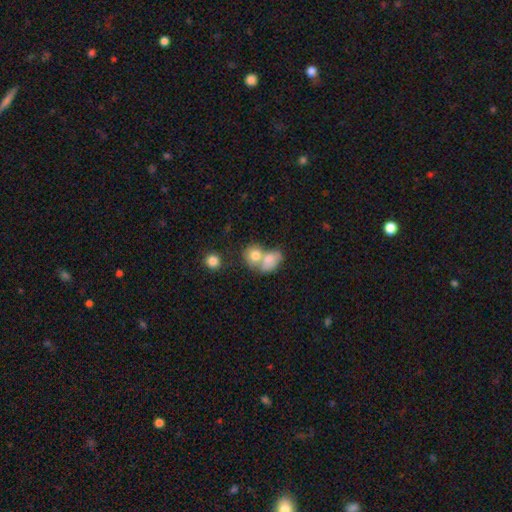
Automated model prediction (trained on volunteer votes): Smooth or featured: smooth — 62% (featured or disk — 24%)
How rounded: round — 57% (in between — 41%)
Merging: merger — 58% (none — 29%)